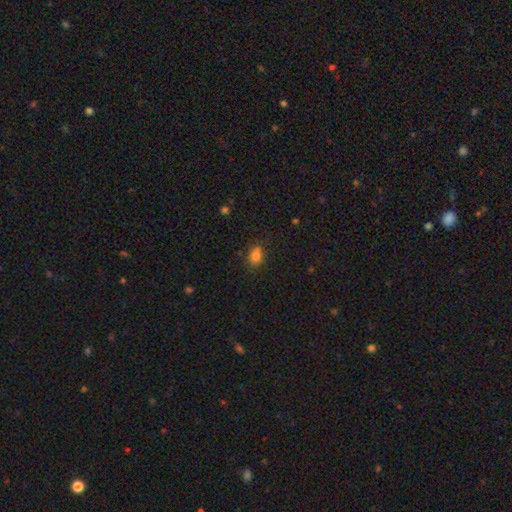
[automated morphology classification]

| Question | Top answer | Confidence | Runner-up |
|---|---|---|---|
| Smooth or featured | smooth | 80% | star or artifact (14%) |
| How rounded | in between | 69% | round (29%) |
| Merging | none | 76% | minor disturbance (17%) |